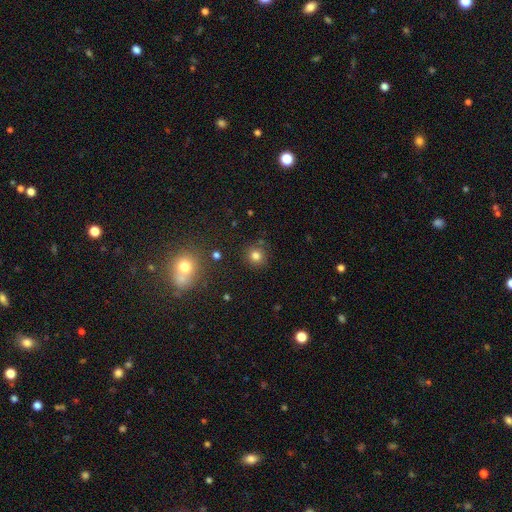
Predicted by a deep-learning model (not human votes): This is likely a smooth galaxy (78%). How rounded: clearly round (91%). Merging: clearly none (85%).